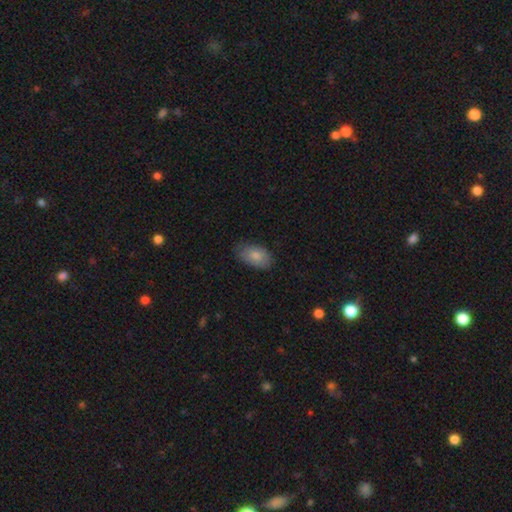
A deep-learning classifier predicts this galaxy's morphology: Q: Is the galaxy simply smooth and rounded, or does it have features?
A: smooth — 82%.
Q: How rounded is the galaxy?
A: in between — 93%.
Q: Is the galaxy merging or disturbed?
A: none — 72%.